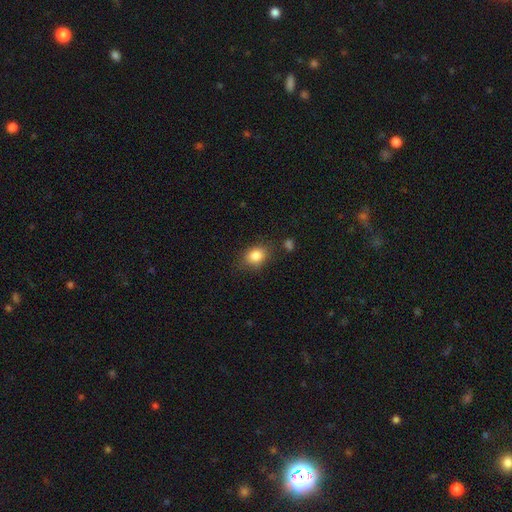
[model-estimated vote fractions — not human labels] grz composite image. It shows a smooth galaxy with no disk features (85%) that is in between round and cigar-shaped (61%). Merging: none (76%).